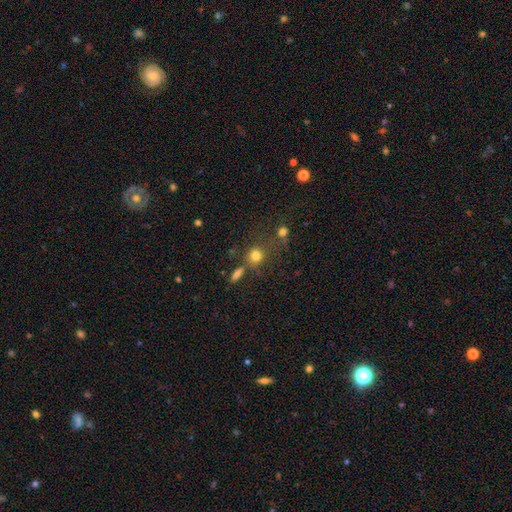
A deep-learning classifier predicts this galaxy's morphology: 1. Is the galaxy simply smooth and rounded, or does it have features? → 78% smooth, 14% star or artifact, 8% featured or disk.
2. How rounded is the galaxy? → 81% round, 17% in between, 2% cigar-shaped.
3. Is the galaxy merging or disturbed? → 61% none, 18% merger, 13% minor disturbance, 8% major disturbance.